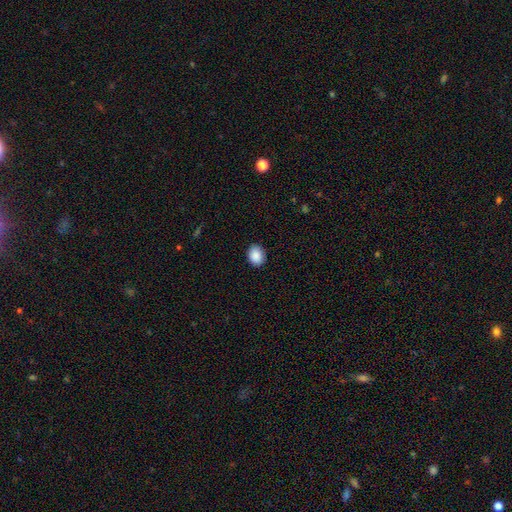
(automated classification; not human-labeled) Smooth or featured? Predicted: smooth (p=0.89). How rounded? Predicted: in between (p=0.58). Merging? Predicted: none (p=0.88).